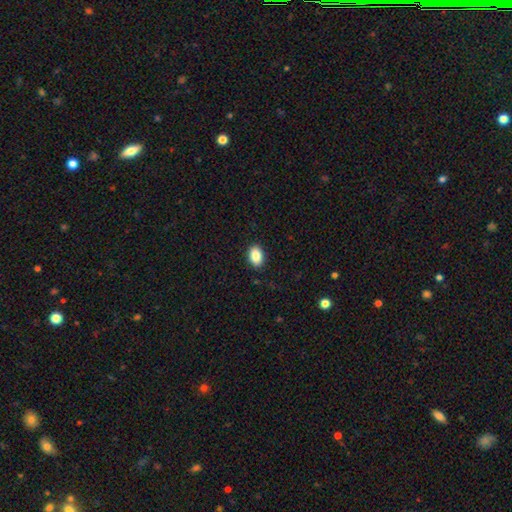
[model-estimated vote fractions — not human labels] smooth-or-featured: smooth: 88% | star or artifact: 8% | featured or disk: 4%
  how-rounded: in between: 85% | round: 14% | cigar-shaped: 1%
  merging: none: 90% | minor disturbance: 7% | major disturbance: 2% | merger: 1%